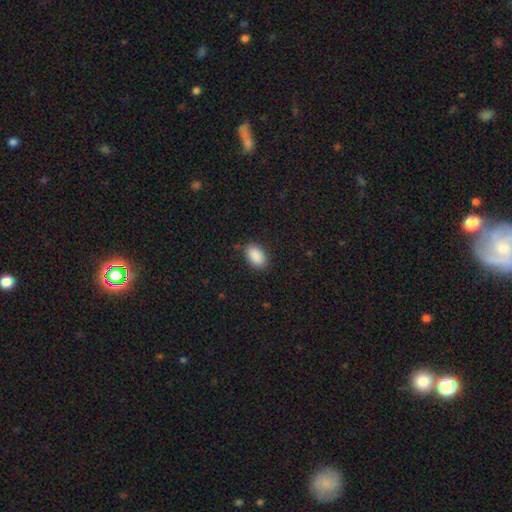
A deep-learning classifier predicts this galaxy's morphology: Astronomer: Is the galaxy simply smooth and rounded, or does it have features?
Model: smooth — 90%.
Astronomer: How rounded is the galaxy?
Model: in between — 93%.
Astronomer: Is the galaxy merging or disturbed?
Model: none — 84%.